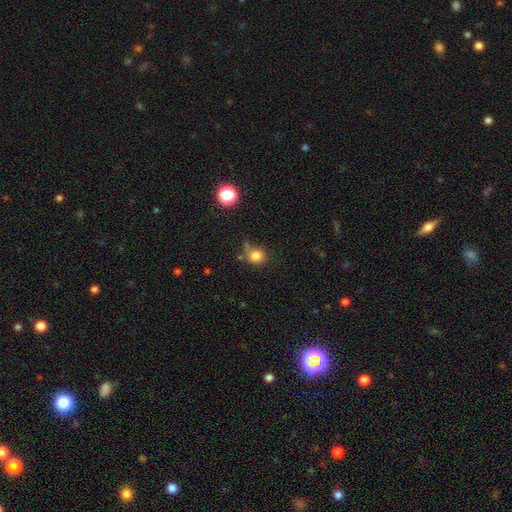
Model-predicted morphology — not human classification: Q: Smooth or featured?
A: smooth (82%); runner-up: star or artifact (12%)
Q: How rounded?
A: round (86%); runner-up: in between (13%)
Q: Merging?
A: none (59%); runner-up: minor disturbance (22%)